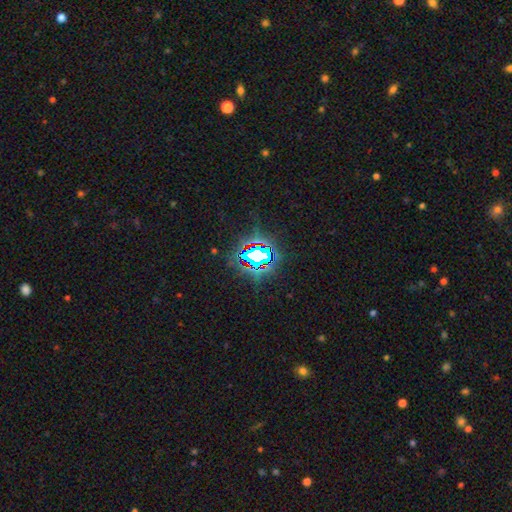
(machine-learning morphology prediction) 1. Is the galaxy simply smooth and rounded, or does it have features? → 75% star or artifact, 12% smooth, 12% featured or disk.